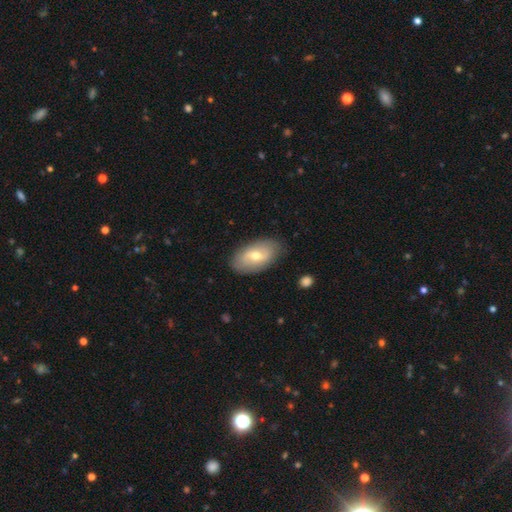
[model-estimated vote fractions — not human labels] Smooth or featured? Predicted: smooth (p=0.51). How rounded? Predicted: in between (p=0.92). Merging? Predicted: none (p=0.84).